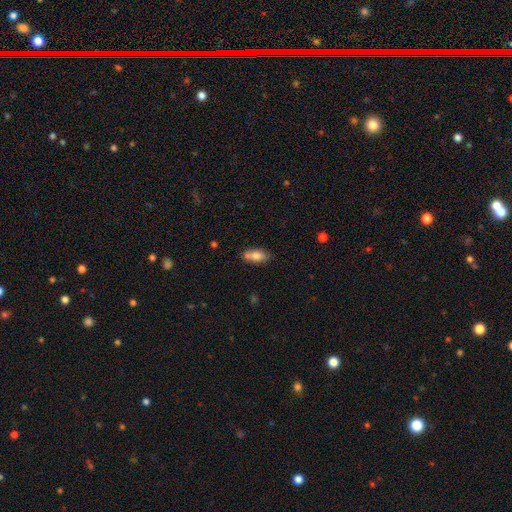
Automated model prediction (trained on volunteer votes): Smooth or featured?
  - smooth: 75% *
  - featured or disk: 17%
  - star or artifact: 8%
How rounded?
  - in between: 85% *
  - cigar-shaped: 10%
  - round: 6%
Merging?
  - none: 57% *
  - merger: 21%
  - minor disturbance: 17%
  - major disturbance: 4%